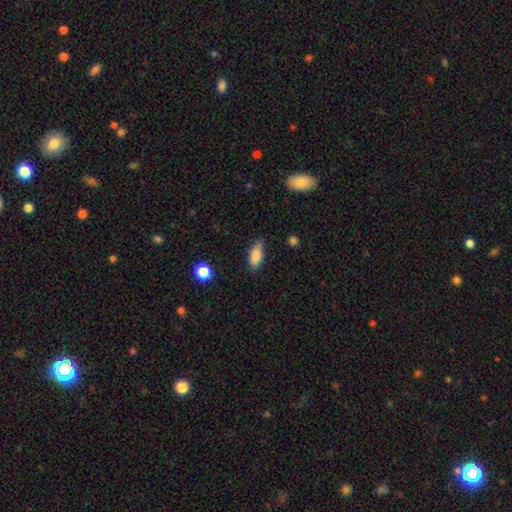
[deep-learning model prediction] Smooth or featured? smooth (84%)
How rounded? in between (80%)
Merging? none (72%)